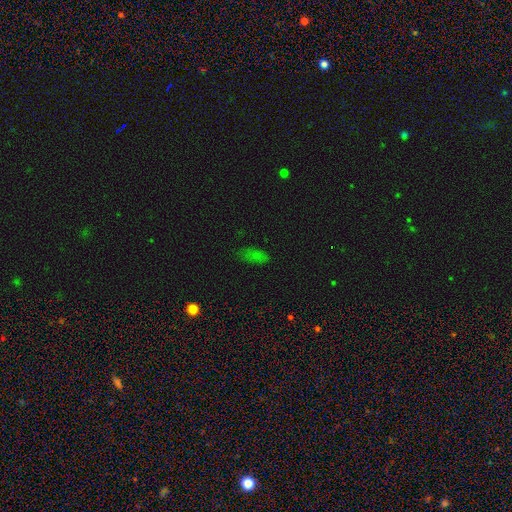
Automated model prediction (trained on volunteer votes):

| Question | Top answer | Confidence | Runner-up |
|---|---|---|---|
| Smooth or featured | smooth | 70% | star or artifact (22%) |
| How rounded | in between | 82% | cigar-shaped (13%) |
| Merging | none | 71% | minor disturbance (20%) |